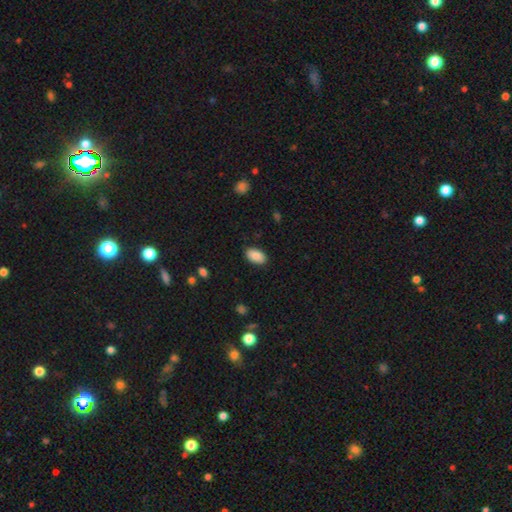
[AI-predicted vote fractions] The model was most divided on "merging": none: 87%, minor disturbance: 10%, major disturbance: 2%, merger: 1%. More confident: how rounded — in between (93%); smooth or featured — smooth (86%).